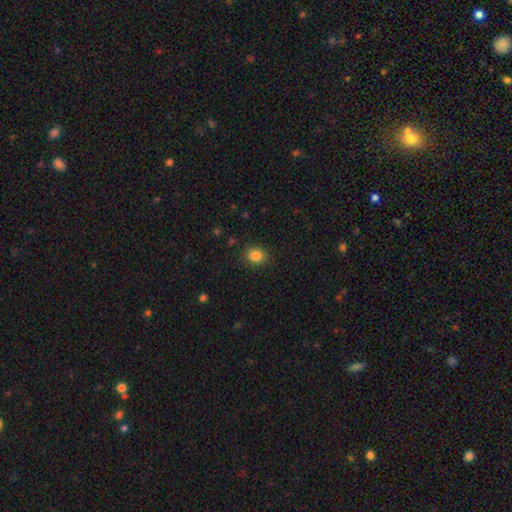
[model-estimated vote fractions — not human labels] Smooth or featured?
  - smooth: 85% *
  - star or artifact: 11%
  - featured or disk: 5%
How rounded?
  - round: 72% *
  - in between: 27%
  - cigar-shaped: 1%
Merging?
  - none: 89% *
  - minor disturbance: 8%
  - major disturbance: 2%
  - merger: 1%